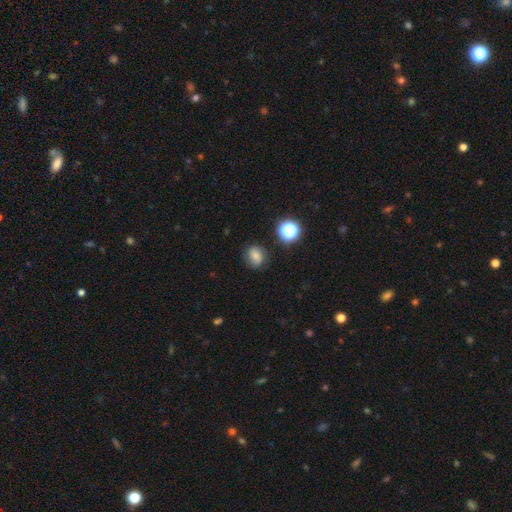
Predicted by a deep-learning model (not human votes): Smooth or featured?
  - smooth: 59% *
  - featured or disk: 25%
  - star or artifact: 15%
How rounded?
  - round: 63% *
  - in between: 36%
  - cigar-shaped: 1%
Merging?
  - none: 72% *
  - minor disturbance: 20%
  - major disturbance: 6%
  - merger: 2%